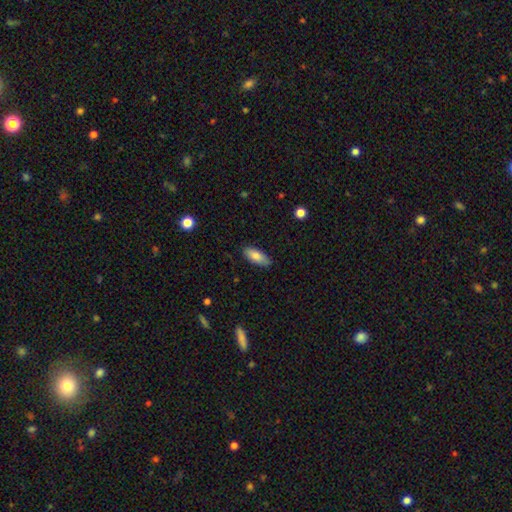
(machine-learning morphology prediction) A smooth galaxy with no disk features (82%) that is in between round and cigar-shaped (80%). Merging: none (83%).